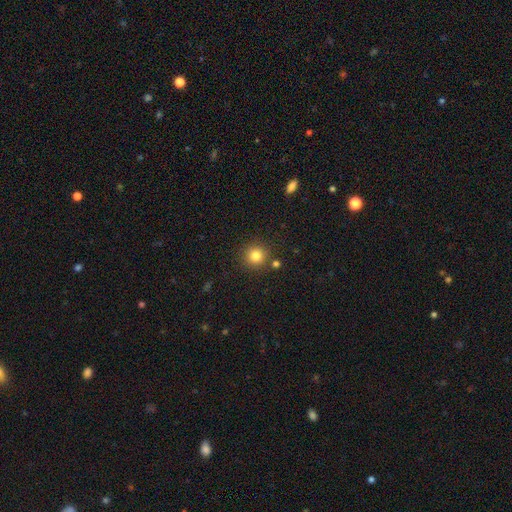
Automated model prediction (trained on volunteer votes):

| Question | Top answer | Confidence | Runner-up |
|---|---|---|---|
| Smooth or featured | smooth | 82% | star or artifact (12%) |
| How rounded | round | 93% | in between (6%) |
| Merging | none | 86% | minor disturbance (7%) |